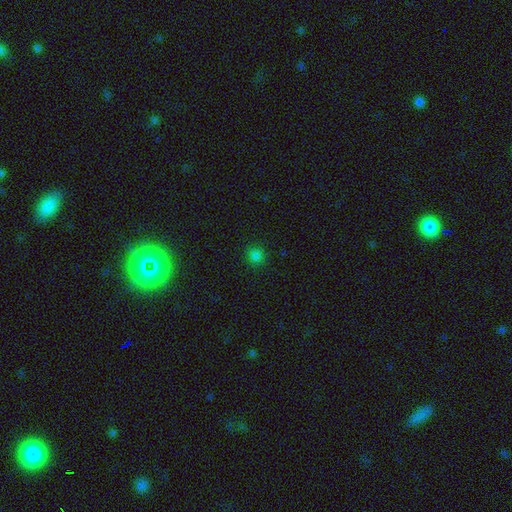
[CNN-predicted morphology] Smooth or featured? Predicted: smooth (p=0.80). How rounded? Predicted: round (p=0.91). Merging? Predicted: none (p=0.90).